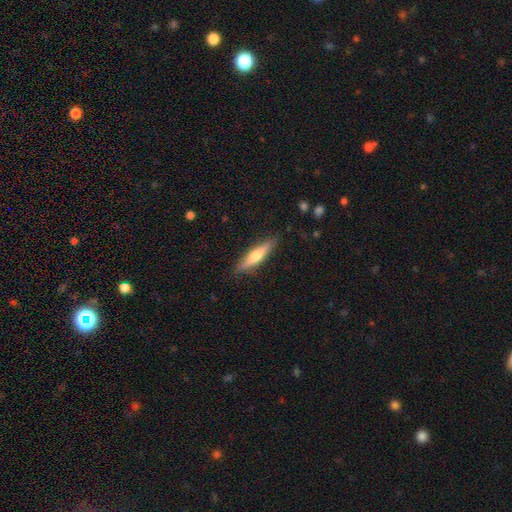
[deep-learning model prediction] This is possibly a smooth galaxy (55%). How rounded: likely cigar-shaped (79%). Merging: clearly none (87%).